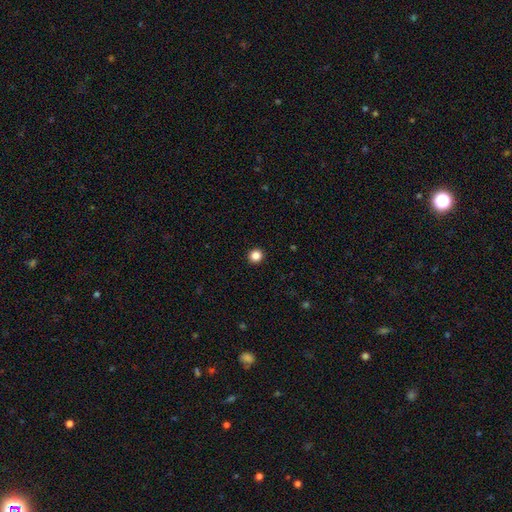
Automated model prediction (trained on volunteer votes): smooth 86%, star or artifact 11%, featured or disk 3%. Down the decision tree: how rounded — round (94%); merging — none (94%).